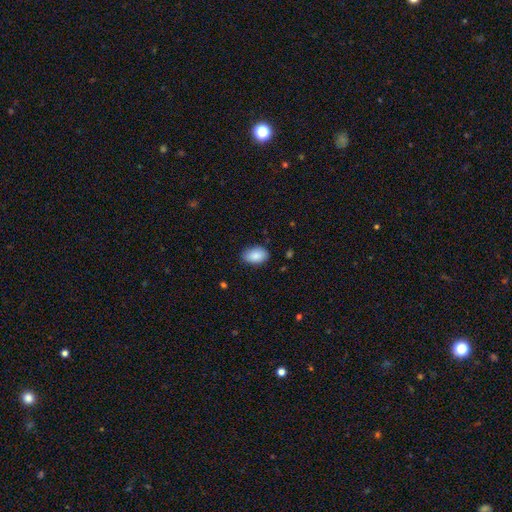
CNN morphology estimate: type=smooth (88%); roundness=in between (91%); merging=none (84%).